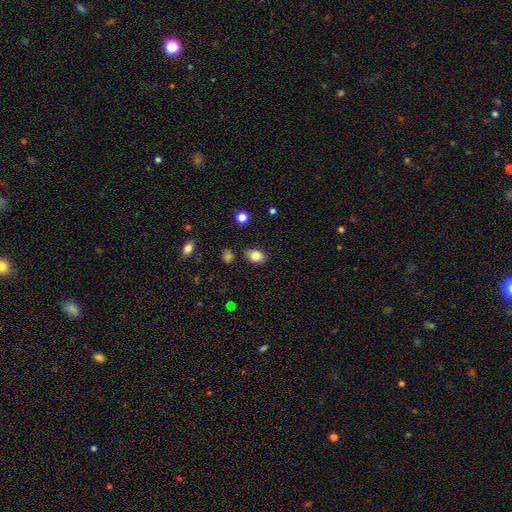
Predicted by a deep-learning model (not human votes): Morphology: type=smooth (85%); roundness=in between (80%); merging=none (82%).